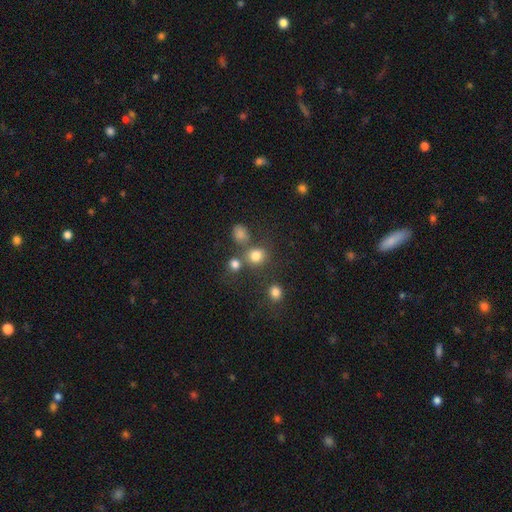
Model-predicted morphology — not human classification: A smooth galaxy with no disk features (78%) that is round (81%). Merging: none (63%).